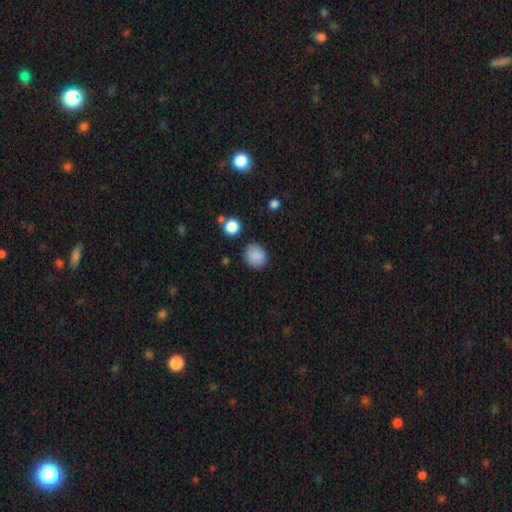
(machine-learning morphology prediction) type=smooth (87%); roundness=round (73%); merging=none (85%).